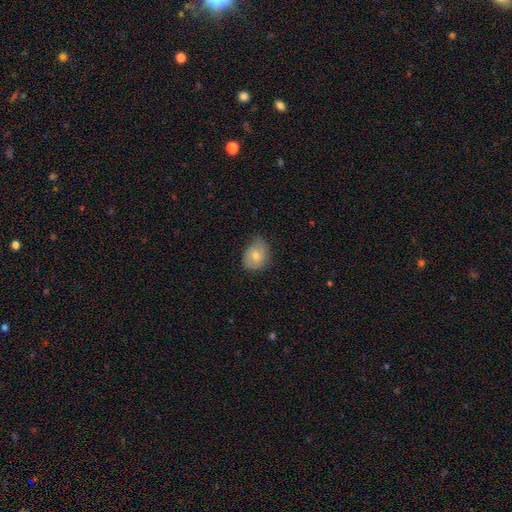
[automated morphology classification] Smooth or featured: smooth — 73% (featured or disk — 19%)
How rounded: in between — 60% (round — 39%)
Merging: none — 56% (minor disturbance — 35%)